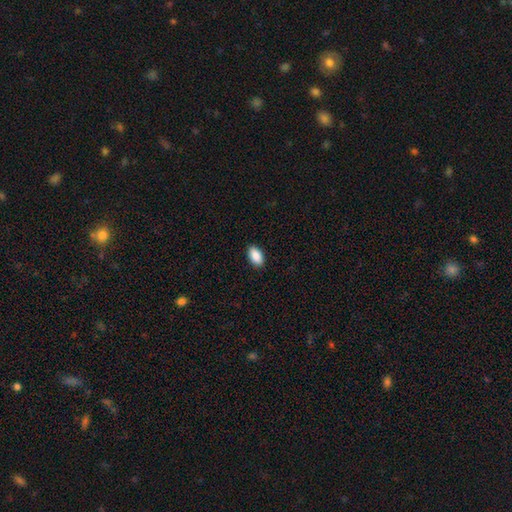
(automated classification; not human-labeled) The model was most divided on "merging": none: 90%, minor disturbance: 7%, major disturbance: 2%, merger: 1%. More confident: how rounded — in between (94%); smooth or featured — smooth (90%).